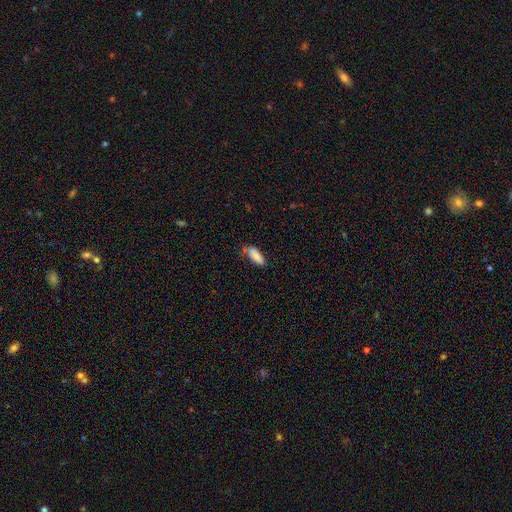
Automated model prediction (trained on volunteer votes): Morphology: type=smooth (88%); roundness=in between (79%); merging=none (65%).